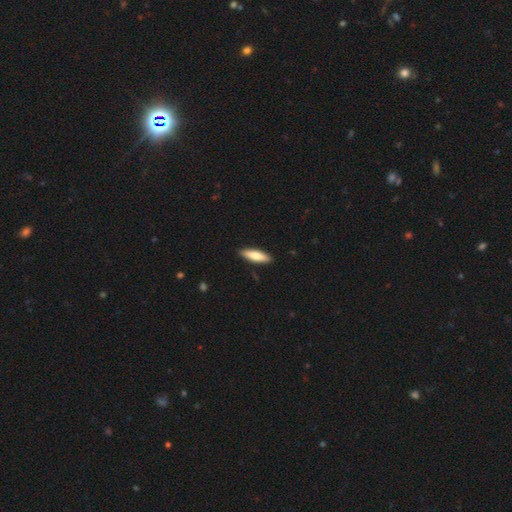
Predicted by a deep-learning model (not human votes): The model was most divided on "how rounded": cigar-shaped: 57%, in between: 41%, round: 2%. More confident: merging — none (90%); smooth or featured — smooth (75%).